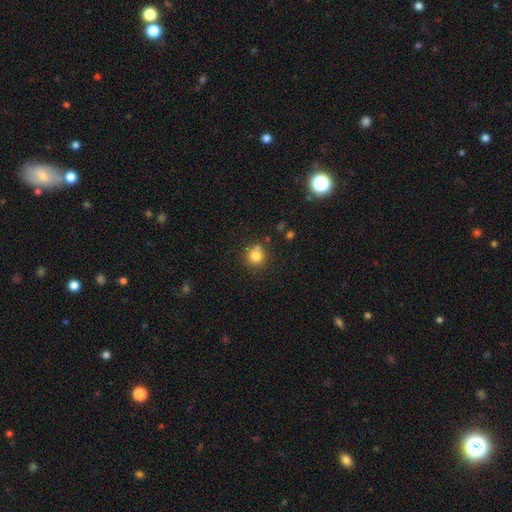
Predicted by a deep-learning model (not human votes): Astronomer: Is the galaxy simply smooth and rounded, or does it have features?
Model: smooth — 80%.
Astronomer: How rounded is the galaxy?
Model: round — 92%.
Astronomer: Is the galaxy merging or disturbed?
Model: none — 73%.